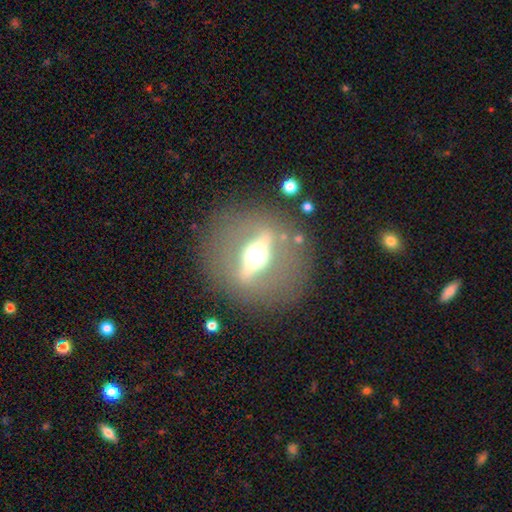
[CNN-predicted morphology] Q: Smooth or featured?
A: featured or disk (77%); runner-up: smooth (15%)
Q: Edge-on disk?
A: yes (61%); runner-up: no (39%)
Q: Merging?
A: none (83%); runner-up: minor disturbance (9%)